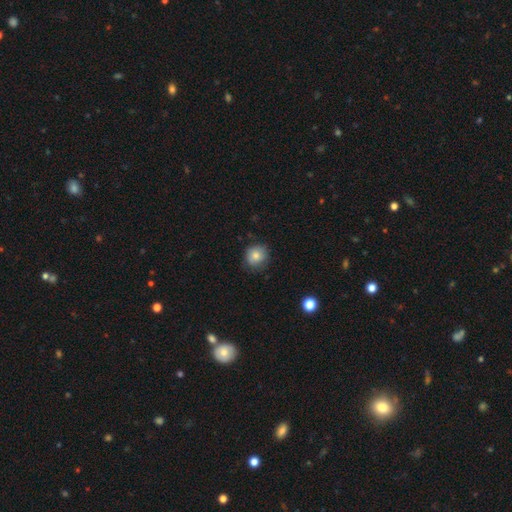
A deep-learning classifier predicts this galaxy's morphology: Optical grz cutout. It shows a smooth galaxy with no disk features (80%) that is round (85%). Merging: none (78%).